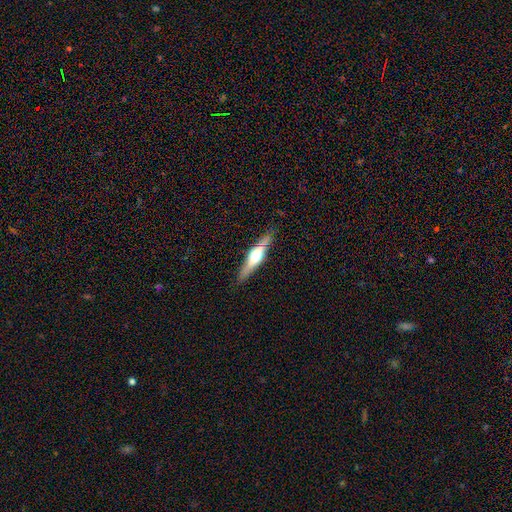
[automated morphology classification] Overall: featured or disk (67%; smooth 27%). Edge-on disk: yes (96%). Edge-on bulge: rounded (93%). Merging: none (87%).